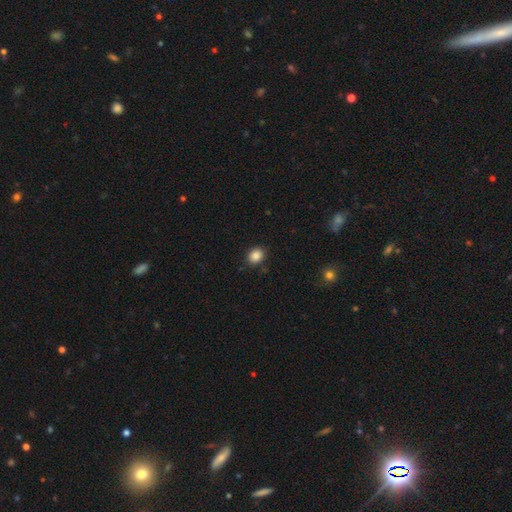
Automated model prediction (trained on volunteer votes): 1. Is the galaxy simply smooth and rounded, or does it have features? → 86% smooth, 10% star or artifact, 4% featured or disk.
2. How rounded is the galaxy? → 53% round, 46% in between, 1% cigar-shaped.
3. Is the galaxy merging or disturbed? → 86% none, 10% minor disturbance, 2% major disturbance, 2% merger.